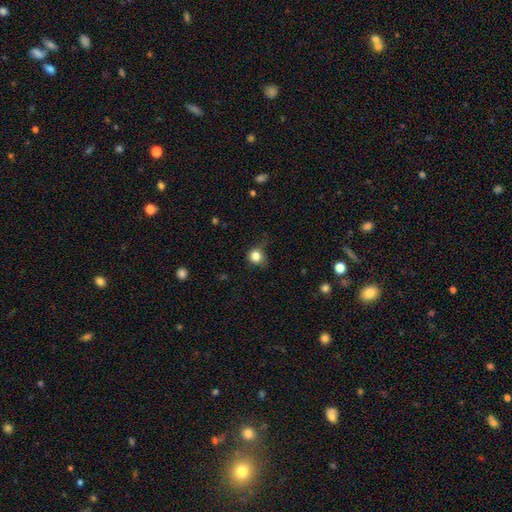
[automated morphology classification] A smooth galaxy with no disk features (82%) that is round (82%).

Vote fractions:
- Smooth or featured? smooth: 82% / star or artifact: 11% / featured or disk: 7%
- How rounded? round: 82% / in between: 17% / cigar-shaped: 1%
- Merging? none: 57% / minor disturbance: 30% / major disturbance: 11% / merger: 2%